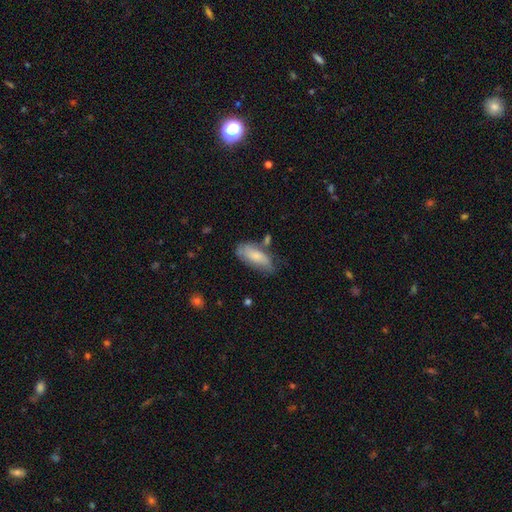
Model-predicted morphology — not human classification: A smooth galaxy with no disk features (73%) that is in between round and cigar-shaped (81%). Merging: none (53%).